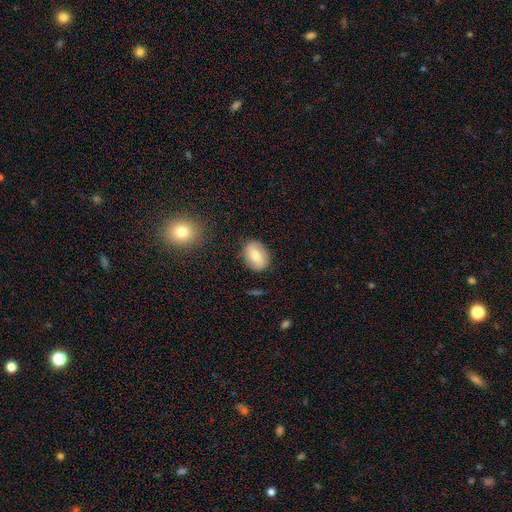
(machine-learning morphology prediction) This is likely a smooth galaxy (74%). How rounded: likely in between (75%). Merging: clearly none (84%).